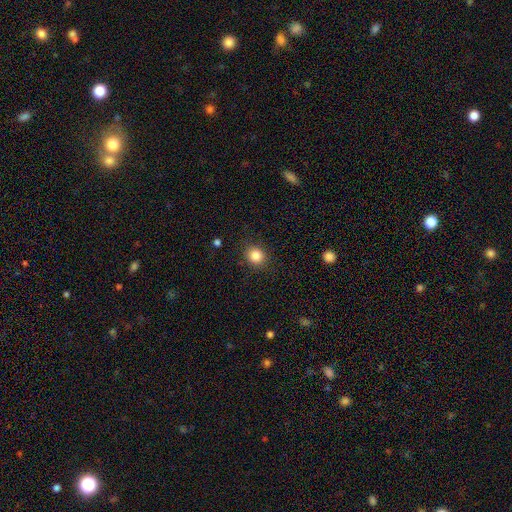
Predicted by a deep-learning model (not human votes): Smooth or featured?
  - smooth: 84% *
  - star or artifact: 11%
  - featured or disk: 5%
How rounded?
  - round: 85% *
  - in between: 14%
  - cigar-shaped: 1%
Merging?
  - none: 88% *
  - minor disturbance: 8%
  - major disturbance: 3%
  - merger: 1%